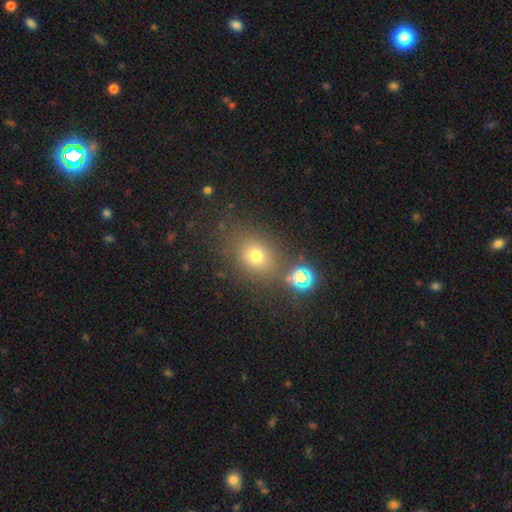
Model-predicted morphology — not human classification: Overall: smooth (68%). How rounded: round (59%; in between 39%). Merging: none (73%).